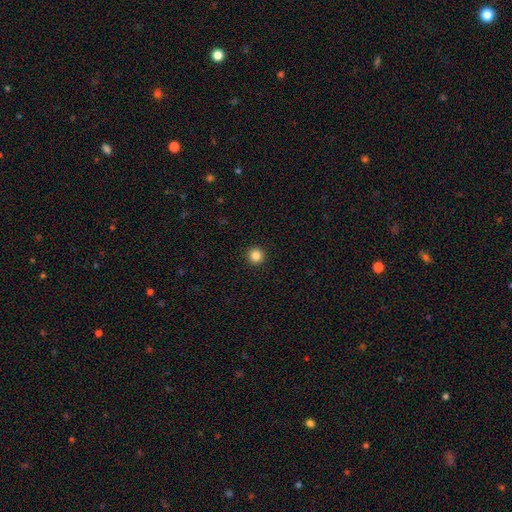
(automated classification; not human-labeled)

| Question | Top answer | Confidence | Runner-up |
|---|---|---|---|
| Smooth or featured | smooth | 85% | star or artifact (11%) |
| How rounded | round | 96% | in between (3%) |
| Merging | none | 94% | minor disturbance (4%) |